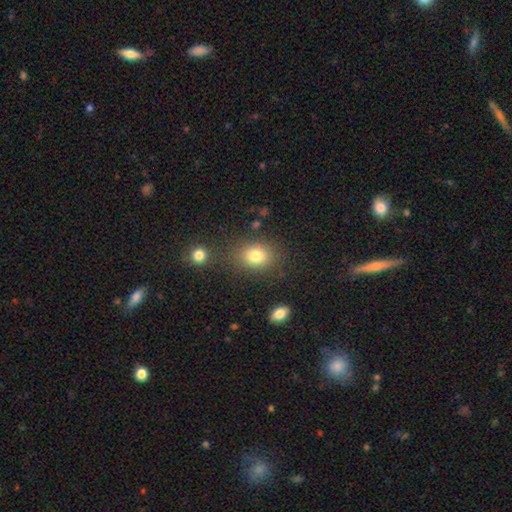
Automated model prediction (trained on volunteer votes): A smooth galaxy with no disk features (80%) that is in between round and cigar-shaped (58%). Merging: none (75%).